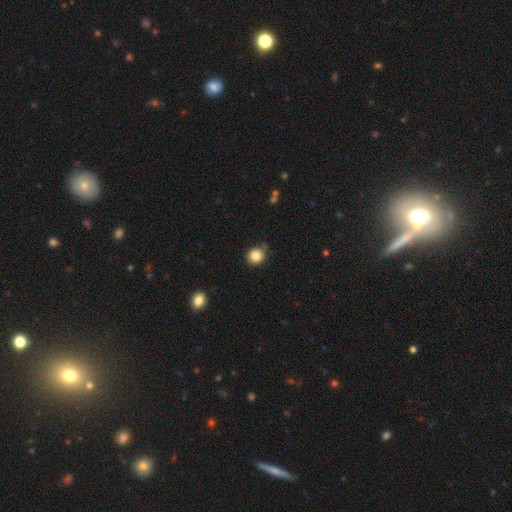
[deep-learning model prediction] Smooth or featured? Predicted: smooth (p=0.84). How rounded? Predicted: round (p=0.87). Merging? Predicted: none (p=0.79).